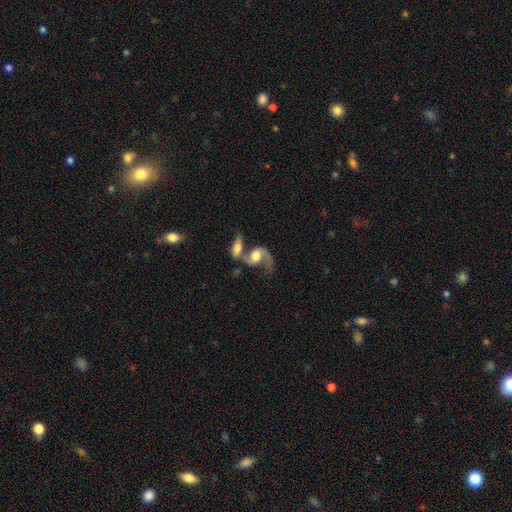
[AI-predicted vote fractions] This appears to be a featured or disk galaxy (72%) with no bar (61%), 2 (71%) loose (67%) spiral arms (89%) and a moderate central bulge (43%). Merging: merger (63%).